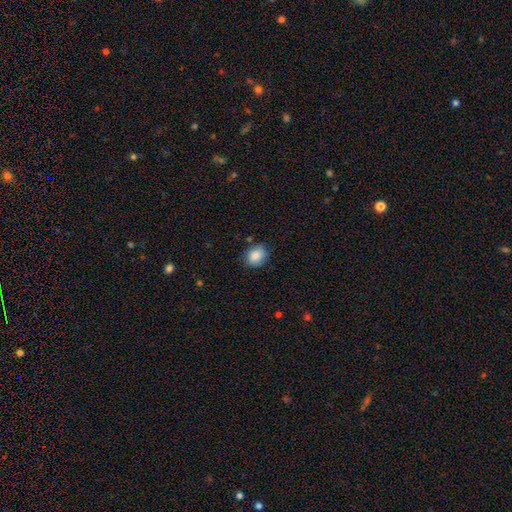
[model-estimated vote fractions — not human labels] Morphology: type=smooth (87%); roundness=round (53%); merging=none (78%).